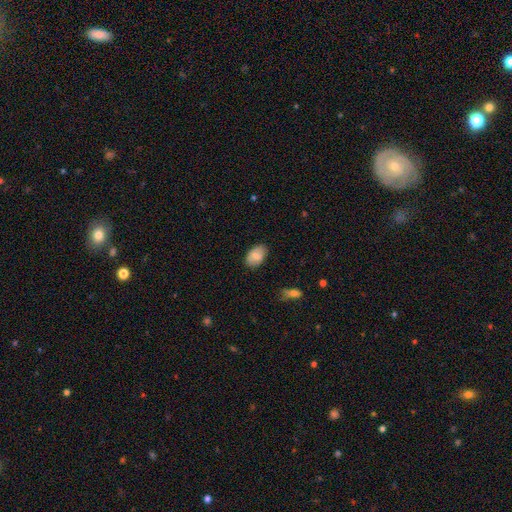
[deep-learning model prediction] The model was most divided on "smooth or featured": smooth: 78%, featured or disk: 15%, star or artifact: 7%. More confident: how rounded — in between (93%); merging — none (84%).